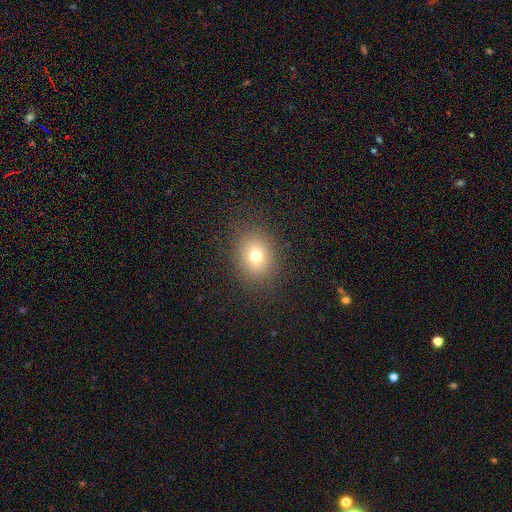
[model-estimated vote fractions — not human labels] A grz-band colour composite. It shows a smooth galaxy with no disk features (71%) that is round (62%). Merging: none (86%).